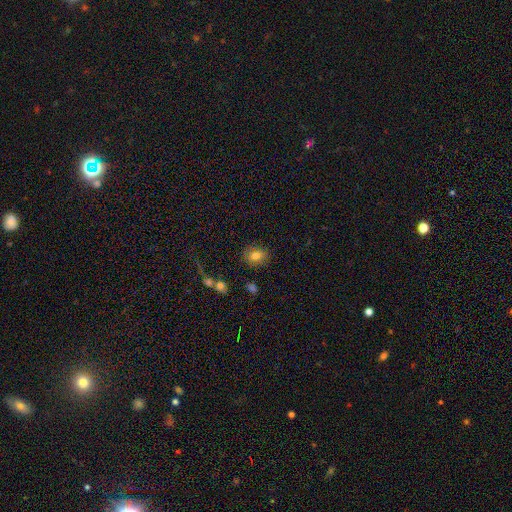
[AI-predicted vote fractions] Smooth or featured: smooth — 78% (featured or disk — 11%)
How rounded: round — 50% (in between — 49%)
Merging: none — 85% (minor disturbance — 10%)